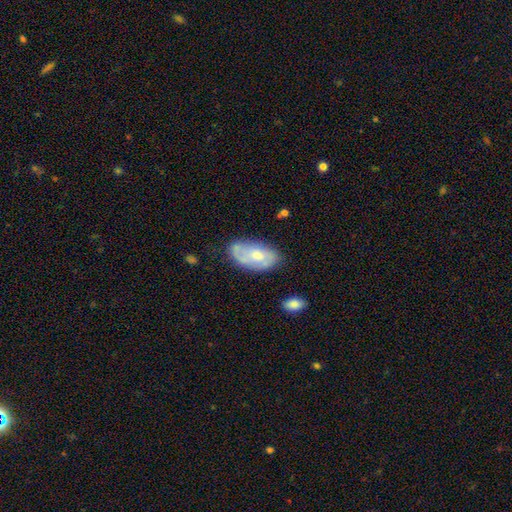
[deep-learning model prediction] This appears to be a smooth galaxy with no disk features (50%). Merging: none (59%).